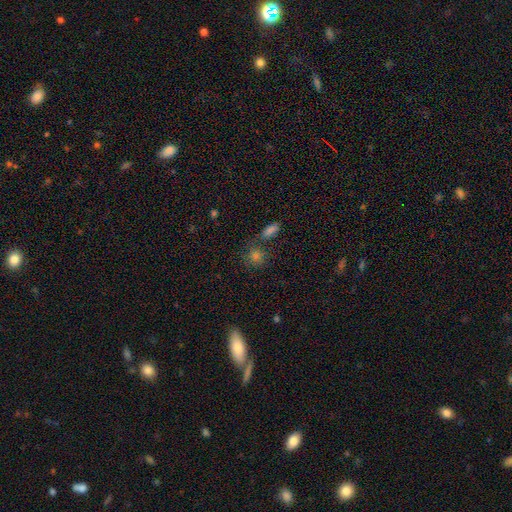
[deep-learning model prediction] This is likely a smooth galaxy (71%). How rounded: likely round (72%). Merging: likely none (69%).